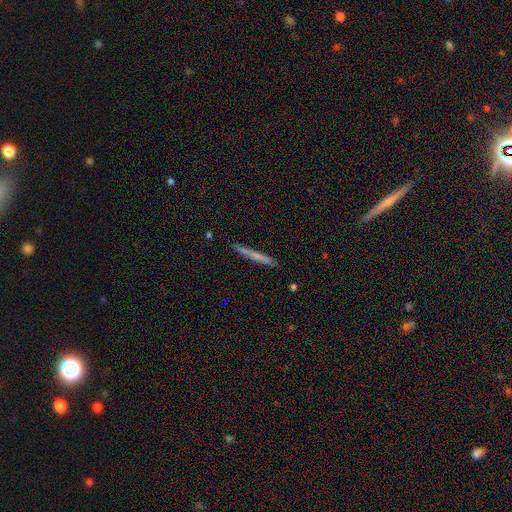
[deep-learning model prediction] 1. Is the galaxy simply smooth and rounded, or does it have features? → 55% smooth, 39% featured or disk, 7% star or artifact.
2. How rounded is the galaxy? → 96% cigar-shaped, 2% in between, 2% round.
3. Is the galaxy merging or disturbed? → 88% none, 9% minor disturbance, 2% major disturbance, 1% merger.